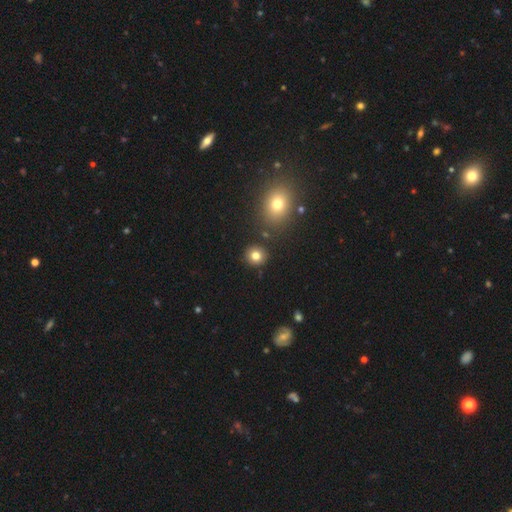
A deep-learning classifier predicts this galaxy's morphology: A smooth galaxy with no disk features (80%) that is round (89%).

Vote fractions:
- Smooth or featured? smooth: 80% / star or artifact: 13% / featured or disk: 7%
- How rounded? round: 89% / in between: 10% / cigar-shaped: 1%
- Merging? none: 88% / minor disturbance: 6% / merger: 4% / major disturbance: 2%